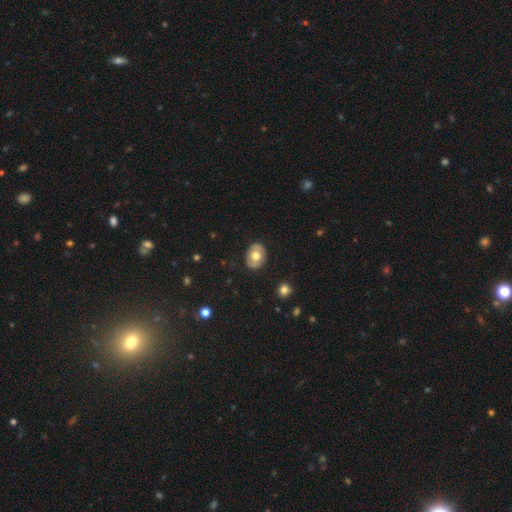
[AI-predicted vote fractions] Overall: smooth (61%; featured or disk 32%). How rounded: in between (53%; round 46%). Merging: none (85%).